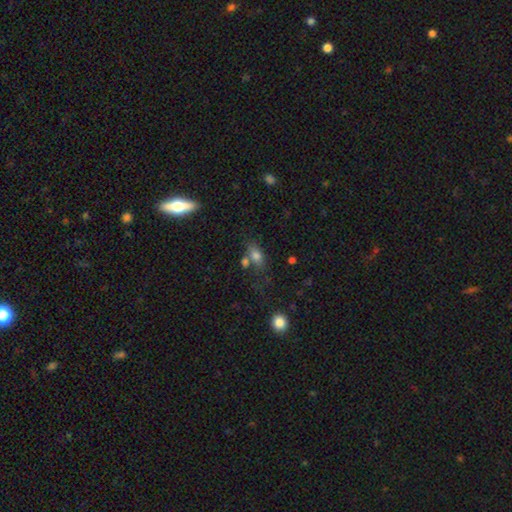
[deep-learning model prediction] A smooth galaxy with no disk features (76%) that is in between round and cigar-shaped (79%).

Vote fractions:
- Smooth or featured? smooth: 76% / featured or disk: 13% / star or artifact: 12%
- How rounded? in between: 79% / round: 14% / cigar-shaped: 7%
- Merging? none: 51% / merger: 24% / minor disturbance: 17% / major disturbance: 8%